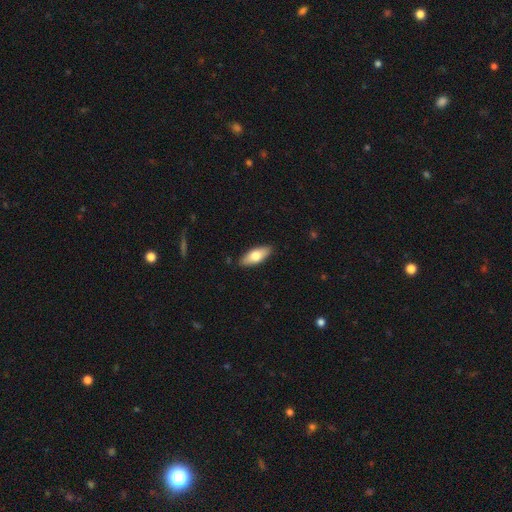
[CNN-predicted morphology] A smooth galaxy with no disk features (71%) that is in between round and cigar-shaped (77%). Merging: none (88%).